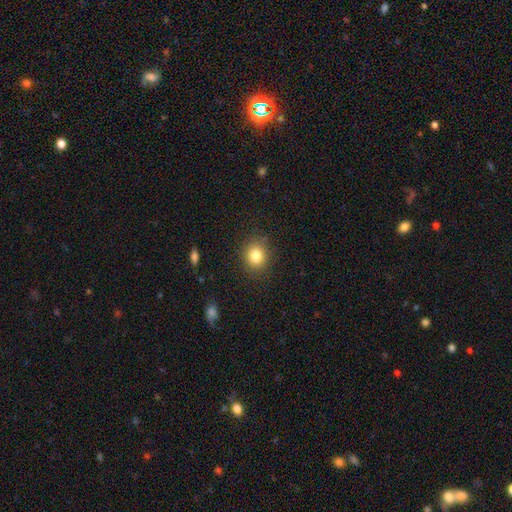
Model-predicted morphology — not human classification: Smooth or featured: smooth — 82% (star or artifact — 11%)
How rounded: round — 74% (in between — 26%)
Merging: none — 87% (minor disturbance — 9%)